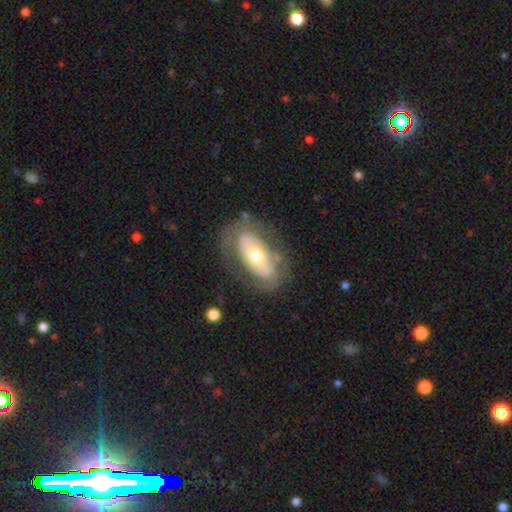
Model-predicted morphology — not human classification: featured or disk 59%, smooth 35%, star or artifact 6%. Down the decision tree: edge-on disk — no (88%); bar — no (71%); spiral arms — no (65%); bulge size — moderate (62%); merging — none (71%).